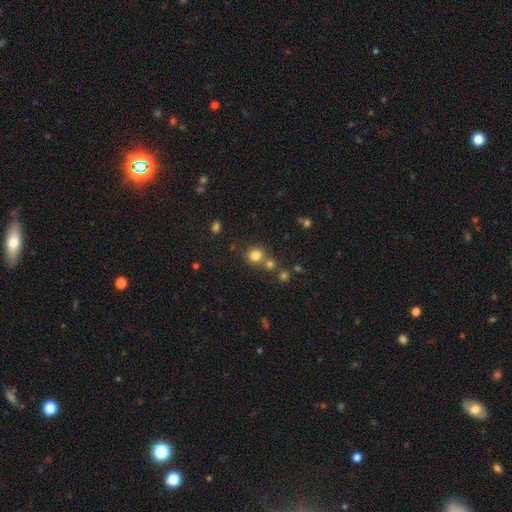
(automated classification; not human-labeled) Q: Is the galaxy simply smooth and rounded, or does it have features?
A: smooth — 78%.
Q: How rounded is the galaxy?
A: round — 86%.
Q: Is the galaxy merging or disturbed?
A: none — 63%.